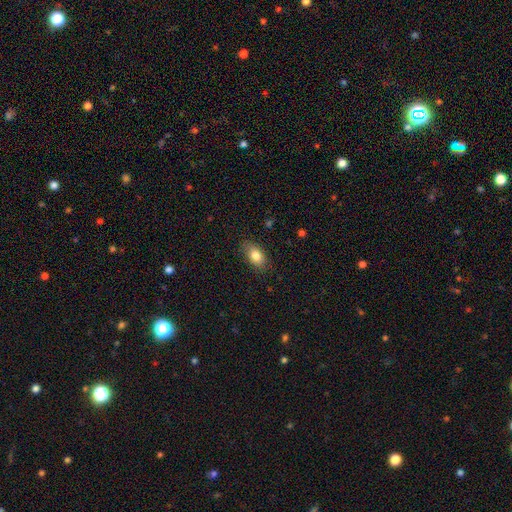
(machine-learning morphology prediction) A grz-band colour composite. It shows a smooth galaxy with no disk features (84%) that is in between round and cigar-shaped (89%). Merging: none (83%).